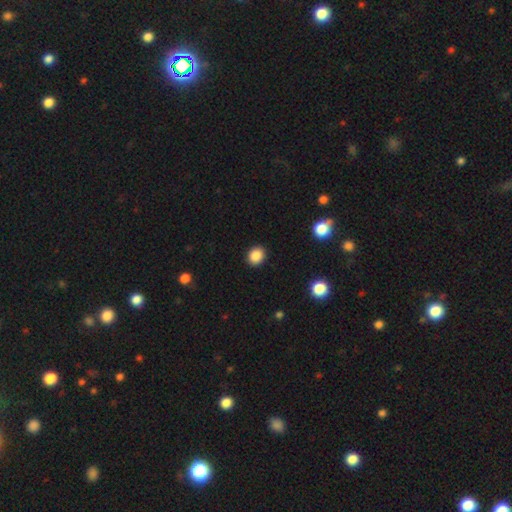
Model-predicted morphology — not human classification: Smooth or featured?
  - smooth: 87% *
  - star or artifact: 10%
  - featured or disk: 3%
How rounded?
  - round: 71% *
  - in between: 28%
  - cigar-shaped: 1%
Merging?
  - none: 91% *
  - minor disturbance: 6%
  - major disturbance: 2%
  - merger: 1%